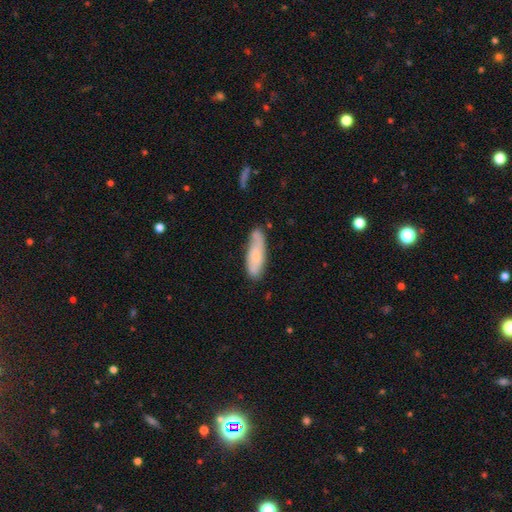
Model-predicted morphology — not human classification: smooth-or-featured: smooth: 64% | featured or disk: 30% | star or artifact: 7%
  how-rounded: in between: 52% | cigar-shaped: 46% | round: 2%
  merging: none: 63% | minor disturbance: 26% | major disturbance: 6% | merger: 5%